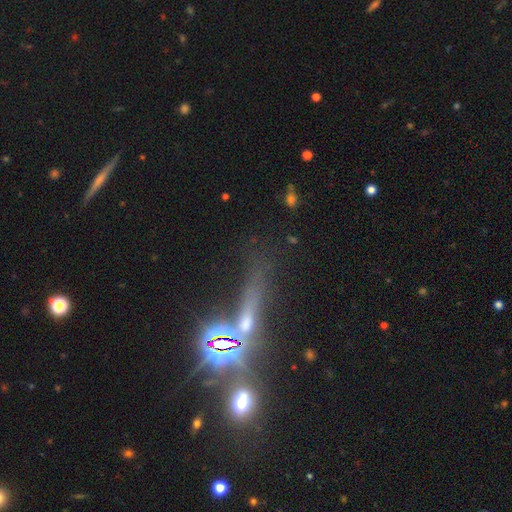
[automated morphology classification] This is possibly a star or artifact rather than a galaxy (57%).